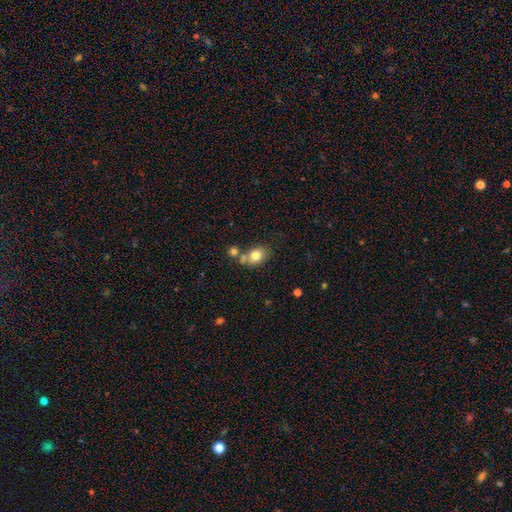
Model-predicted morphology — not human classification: A smooth galaxy with no disk features (78%) that is in between round and cigar-shaped (67%).

Vote fractions:
- Smooth or featured? smooth: 78% / featured or disk: 12% / star or artifact: 9%
- How rounded? in between: 67% / round: 32% / cigar-shaped: 1%
- Merging? none: 54% / merger: 27% / minor disturbance: 15% / major disturbance: 5%